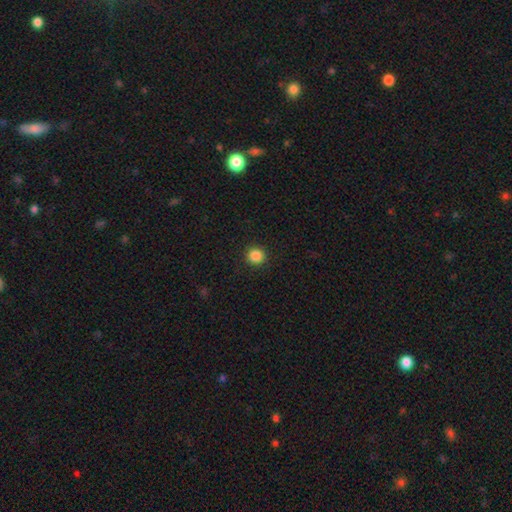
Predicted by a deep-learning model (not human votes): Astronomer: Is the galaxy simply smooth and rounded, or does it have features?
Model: smooth — 86%.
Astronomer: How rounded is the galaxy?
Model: round — 95%.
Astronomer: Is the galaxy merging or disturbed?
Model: none — 93%.